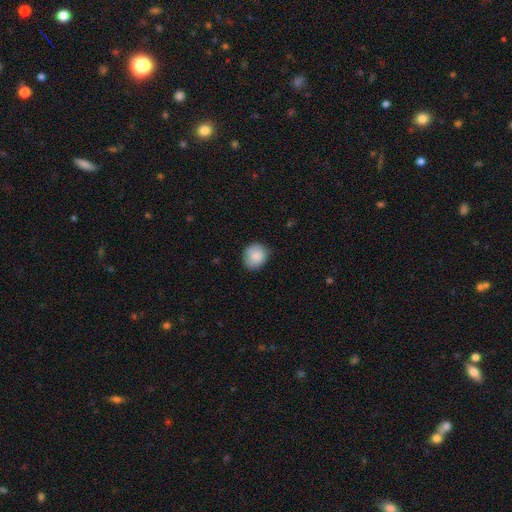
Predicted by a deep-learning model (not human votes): smooth_or_featured: smooth (p=0.88) [alt: star or artifact p=0.07]
how_rounded: round (p=0.78) [alt: in between p=0.21]
merging: none (p=0.79) [alt: minor disturbance p=0.16]